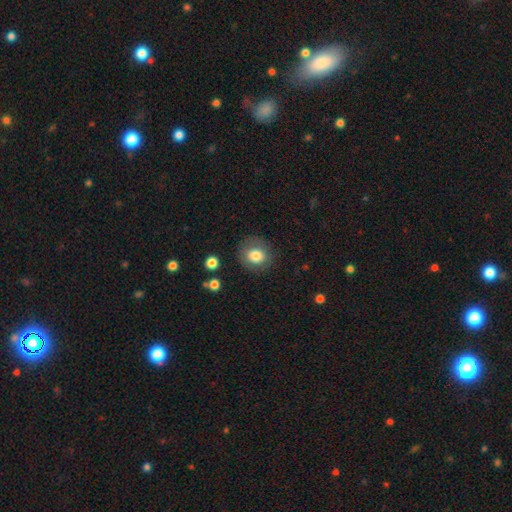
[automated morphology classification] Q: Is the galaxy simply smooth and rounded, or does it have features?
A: smooth — 79%.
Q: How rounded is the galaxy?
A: round — 80%.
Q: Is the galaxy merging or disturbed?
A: none — 82%.